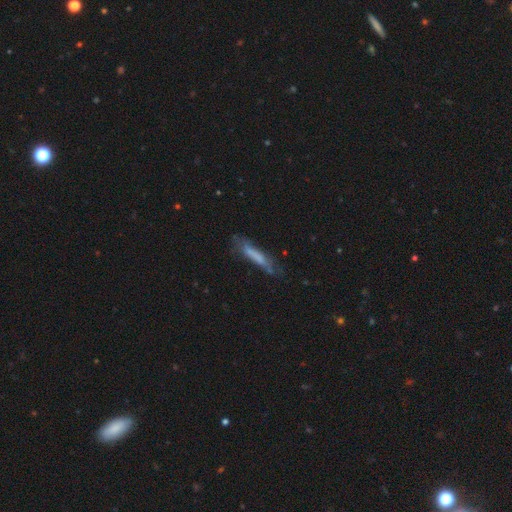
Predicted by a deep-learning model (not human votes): Morphology: type=smooth (55%); roundness=cigar-shaped (87%); merging=none (61%).